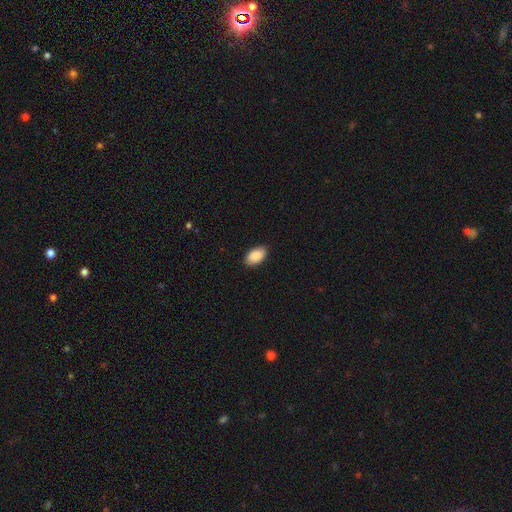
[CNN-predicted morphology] Smooth or featured: smooth — 88% (star or artifact — 7%)
How rounded: in between — 94% (round — 4%)
Merging: none — 88% (minor disturbance — 9%)